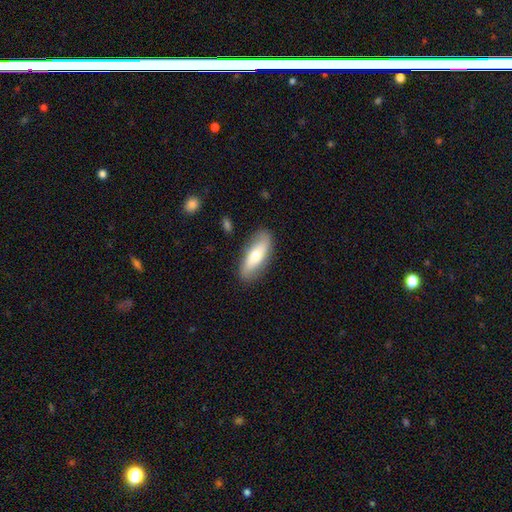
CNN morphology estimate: smooth_or_featured: smooth (p=0.59) [alt: featured or disk p=0.35]
how_rounded: in between (p=0.66) [alt: cigar-shaped p=0.32]
merging: none (p=0.83) [alt: minor disturbance p=0.12]